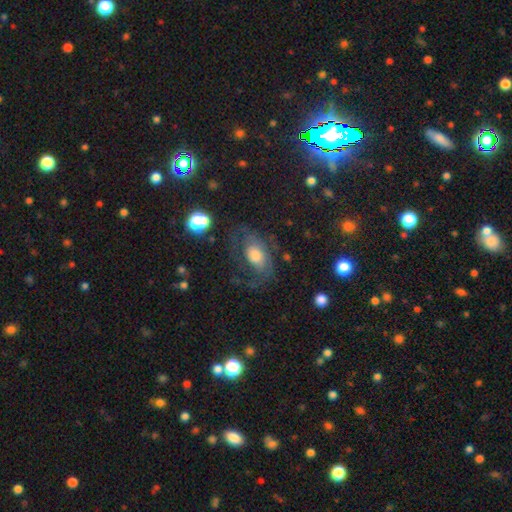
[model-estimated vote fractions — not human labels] A featured or disk galaxy (64%) with no bar (71%), 2 (40%) medium (43%) spiral arms (83%) and a moderate central bulge (41%).

Vote fractions:
- Smooth or featured? featured or disk: 64% / smooth: 26% / star or artifact: 10%
- Edge-on disk? no: 96% / yes: 4%
- Bar? no: 71% / weak: 24% / strong: 5%
- Spiral arms? yes: 83% / no: 17%
- Spiral winding? medium: 43% / tight: 31% / loose: 26%
- Spiral arm count? 2: 40% / can't tell: 28% / 1: 12% / 3: 9% / 4: 5% / more than 4: 5%
- Bulge size? moderate: 41% / large: 34% / small: 16% / none: 4% / dominant: 4%
- Merging? none: 54% / major disturbance: 25% / minor disturbance: 19% / merger: 2%